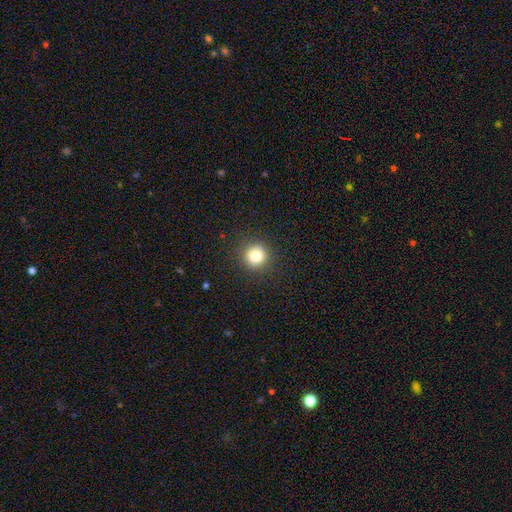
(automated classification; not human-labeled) Smooth or featured? Predicted: smooth (p=0.81). How rounded? Predicted: round (p=0.93). Merging? Predicted: none (p=0.91).